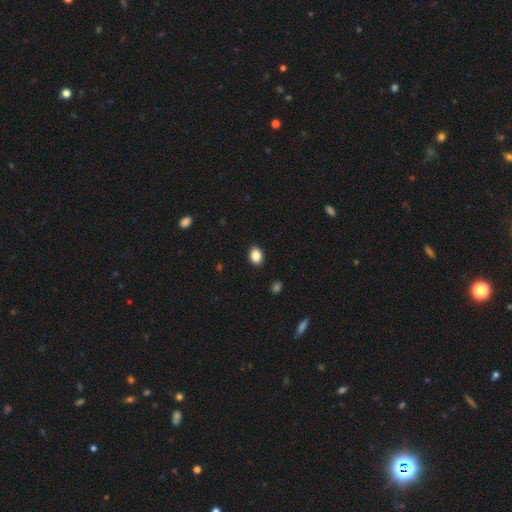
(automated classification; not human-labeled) A smooth galaxy with no disk features (86%) that is in between round and cigar-shaped (69%). Merging: none (90%).